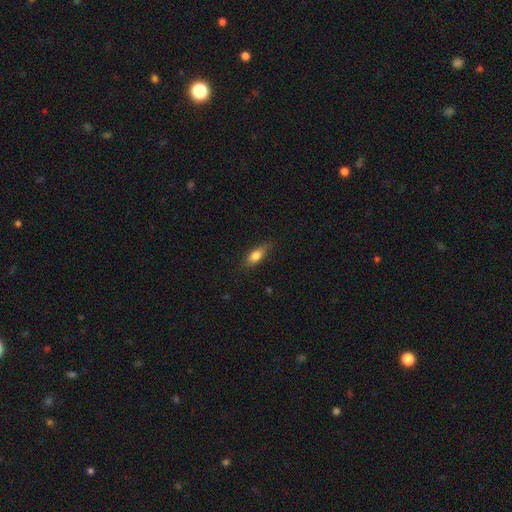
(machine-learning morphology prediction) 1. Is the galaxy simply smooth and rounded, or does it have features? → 75% smooth, 18% featured or disk, 7% star or artifact.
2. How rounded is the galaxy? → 70% in between, 26% cigar-shaped, 4% round.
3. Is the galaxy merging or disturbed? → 78% none, 17% minor disturbance, 4% major disturbance, 1% merger.